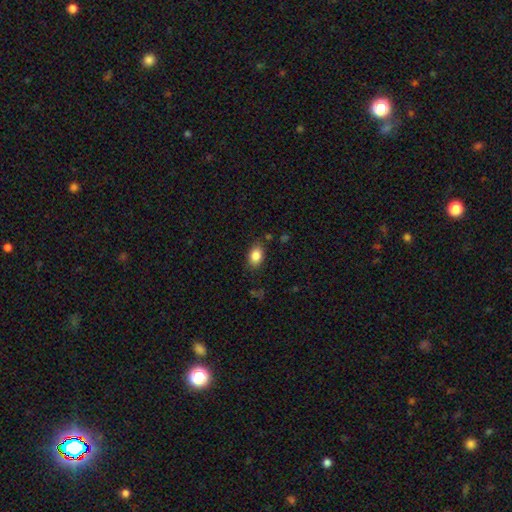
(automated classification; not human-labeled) This appears to be a smooth galaxy with no disk features (85%) that is in between round and cigar-shaped (81%). Merging: none (80%).